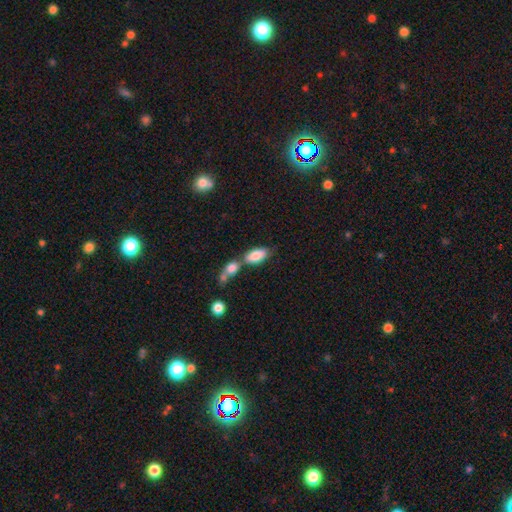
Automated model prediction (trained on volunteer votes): Overall: smooth (83%). How rounded: in between (90%). Merging: merger (43%; none 42%).